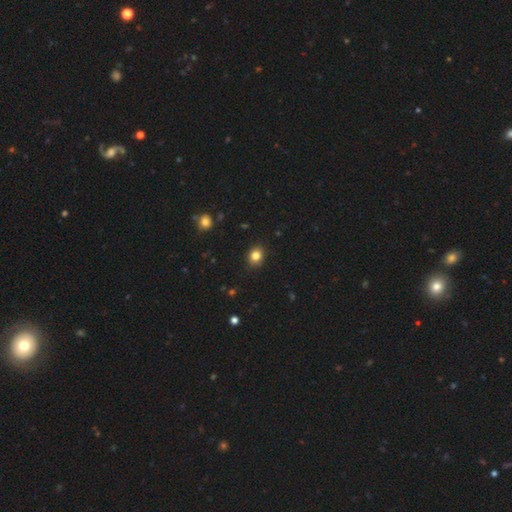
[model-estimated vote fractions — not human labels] The model was most divided on "how rounded": round: 64%, in between: 35%, cigar-shaped: 1%. More confident: merging — none (90%); smooth or featured — smooth (83%).